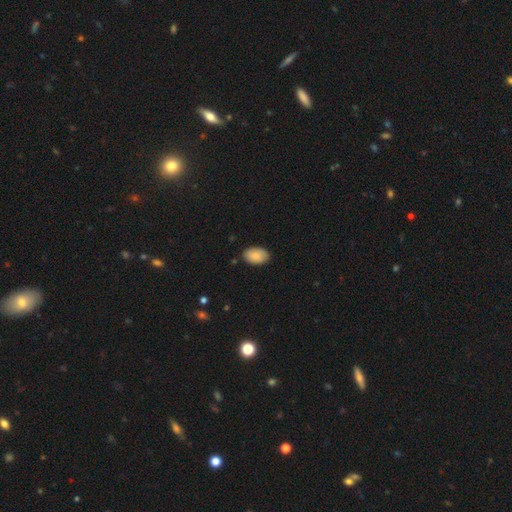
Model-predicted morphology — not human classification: smooth-or-featured: smooth: 89% | star or artifact: 6% | featured or disk: 5%
  how-rounded: in between: 92% | round: 7% | cigar-shaped: 1%
  merging: none: 85% | minor disturbance: 11% | major disturbance: 2% | merger: 1%